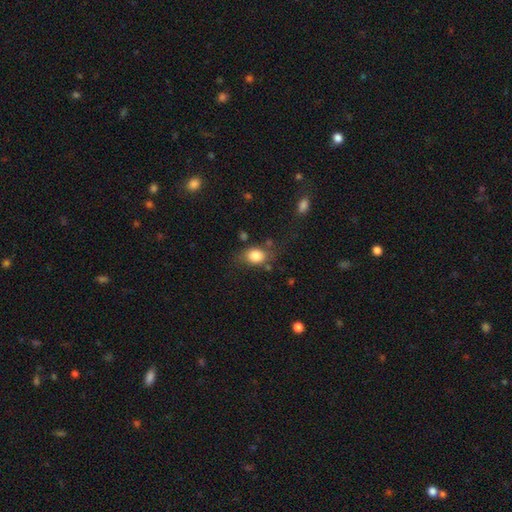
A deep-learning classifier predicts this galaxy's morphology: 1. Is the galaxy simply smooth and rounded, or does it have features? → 82% smooth, 9% featured or disk, 9% star or artifact.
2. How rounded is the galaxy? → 62% in between, 37% round, 2% cigar-shaped.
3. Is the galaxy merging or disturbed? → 66% none, 21% minor disturbance, 9% major disturbance, 4% merger.